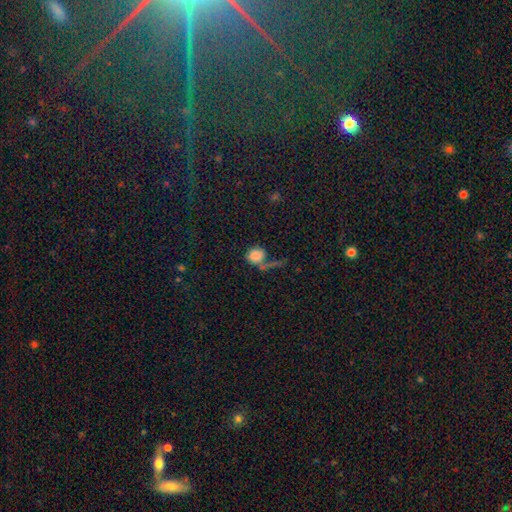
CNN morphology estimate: Smooth or featured?
  - smooth: 75% *
  - featured or disk: 13%
  - star or artifact: 12%
How rounded?
  - round: 78% *
  - in between: 20%
  - cigar-shaped: 2%
Merging?
  - none: 37% *
  - merger: 24%
  - major disturbance: 23%
  - minor disturbance: 16%